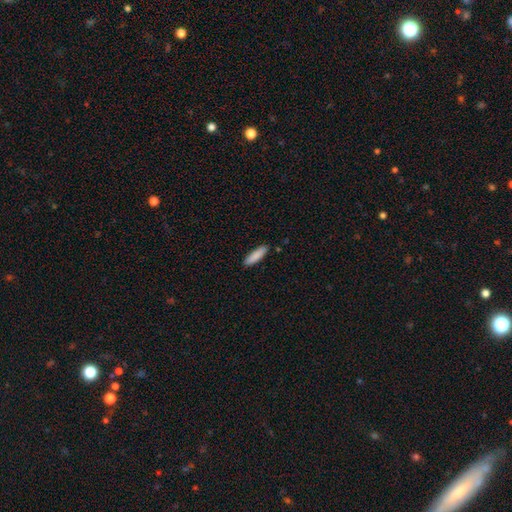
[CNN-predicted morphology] This appears to be a smooth galaxy with no disk features (87%) that is cigar-shaped (68%). Merging: none (88%).